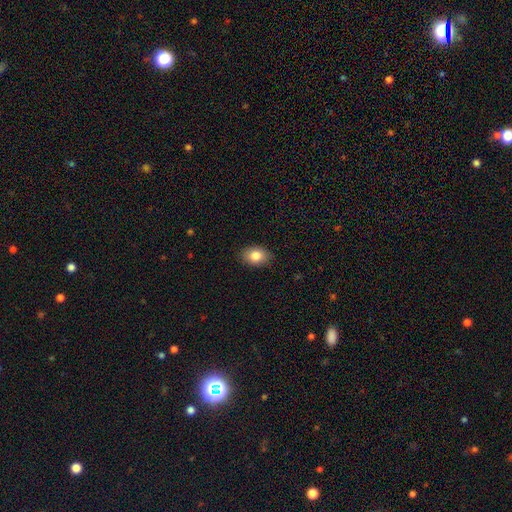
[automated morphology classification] Q: Smooth or featured?
A: smooth (83%); runner-up: featured or disk (9%)
Q: How rounded?
A: in between (77%); runner-up: round (22%)
Q: Merging?
A: none (88%); runner-up: minor disturbance (9%)